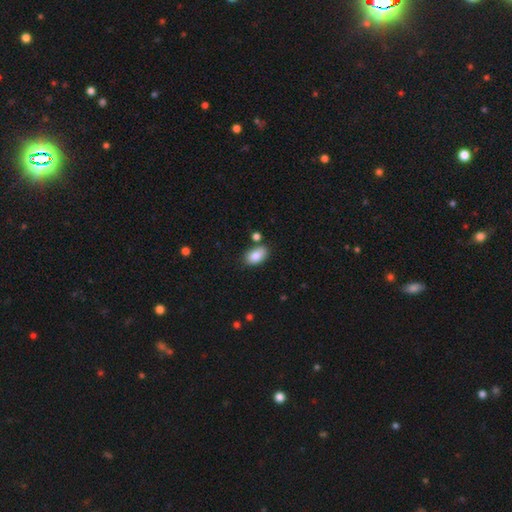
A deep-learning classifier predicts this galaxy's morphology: Q: Smooth or featured?
A: smooth (84%); runner-up: featured or disk (8%)
Q: How rounded?
A: in between (92%); runner-up: round (7%)
Q: Merging?
A: none (71%); runner-up: minor disturbance (15%)